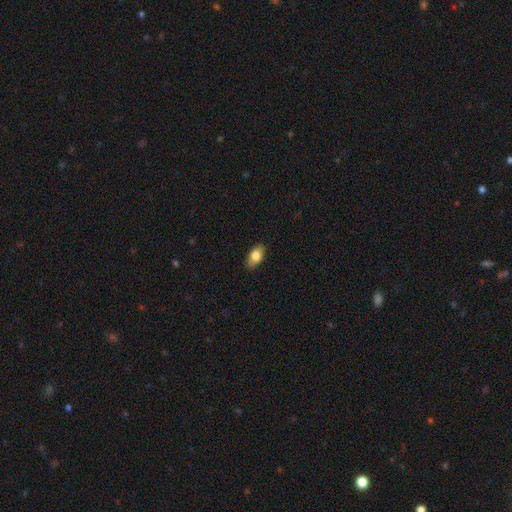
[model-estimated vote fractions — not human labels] Smooth or featured: smooth — 79% (featured or disk — 14%)
How rounded: in between — 89% (round — 5%)
Merging: none — 86% (minor disturbance — 11%)